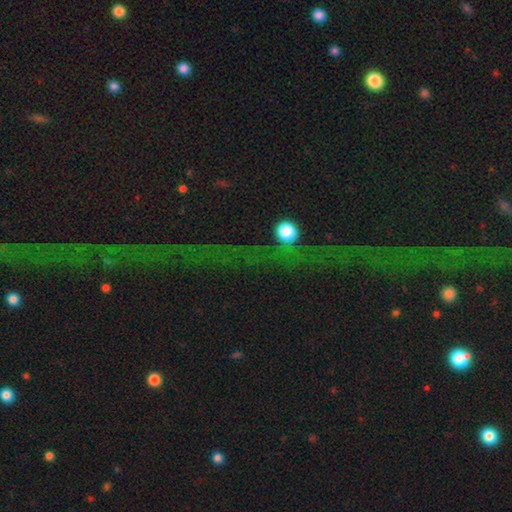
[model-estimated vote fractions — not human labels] A star or artifact, not a galaxy (74%).

Vote fractions:
- Smooth or featured? star or artifact: 74% / featured or disk: 14% / smooth: 12%